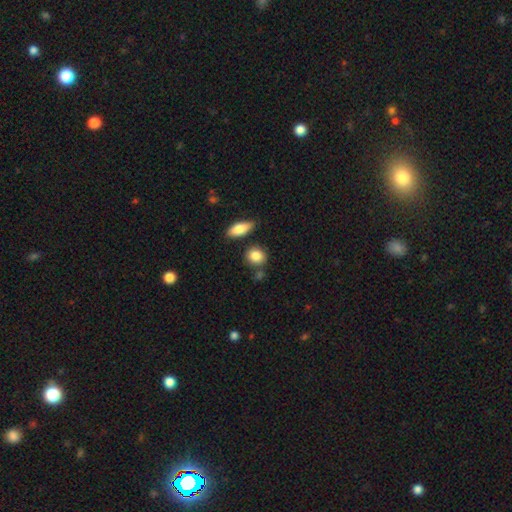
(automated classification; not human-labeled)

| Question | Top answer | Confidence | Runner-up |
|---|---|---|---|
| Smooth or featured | smooth | 85% | star or artifact (8%) |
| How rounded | round | 68% | in between (30%) |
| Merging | none | 75% | minor disturbance (13%) |